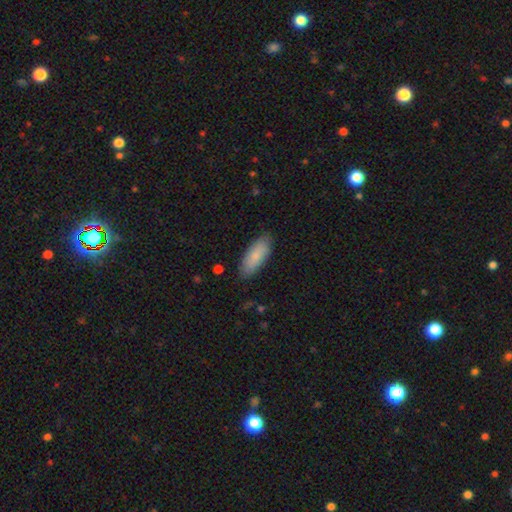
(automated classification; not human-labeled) Smooth or featured? smooth (83%)
How rounded? in between (77%)
Merging? none (84%)